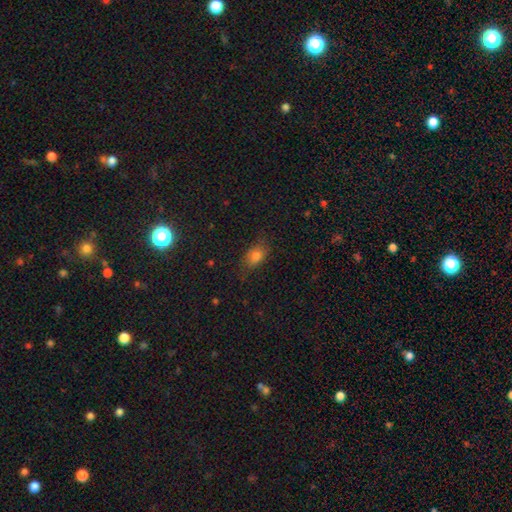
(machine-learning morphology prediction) Smooth or featured? smooth (78%)
How rounded? in between (79%)
Merging? none (72%)